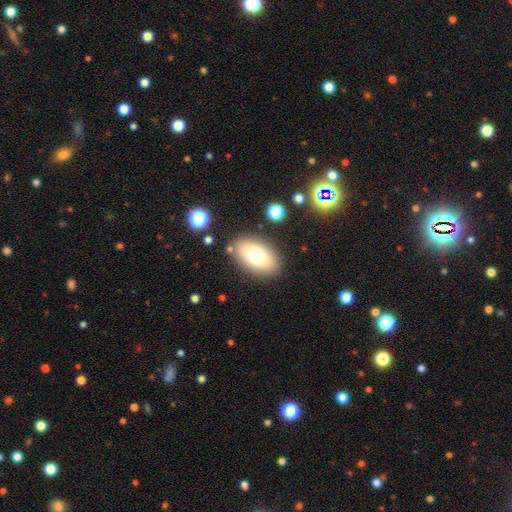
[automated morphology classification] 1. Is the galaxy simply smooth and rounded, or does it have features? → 74% smooth, 16% featured or disk, 10% star or artifact.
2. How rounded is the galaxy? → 89% in between, 9% round, 2% cigar-shaped.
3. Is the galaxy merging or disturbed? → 84% none, 10% minor disturbance, 3% major disturbance, 2% merger.